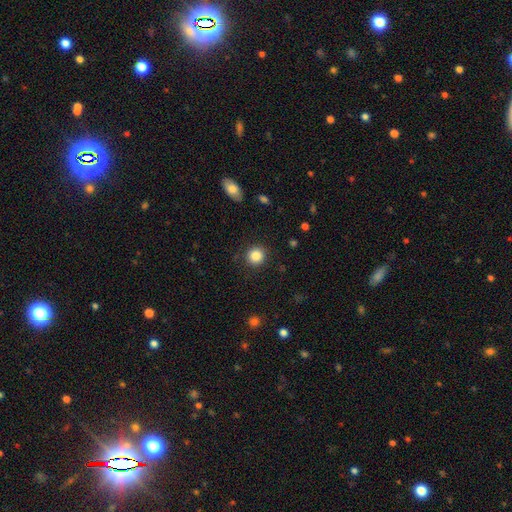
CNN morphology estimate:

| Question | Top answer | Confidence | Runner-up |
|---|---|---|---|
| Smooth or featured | smooth | 86% | star or artifact (10%) |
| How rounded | round | 92% | in between (7%) |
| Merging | none | 90% | minor disturbance (7%) |